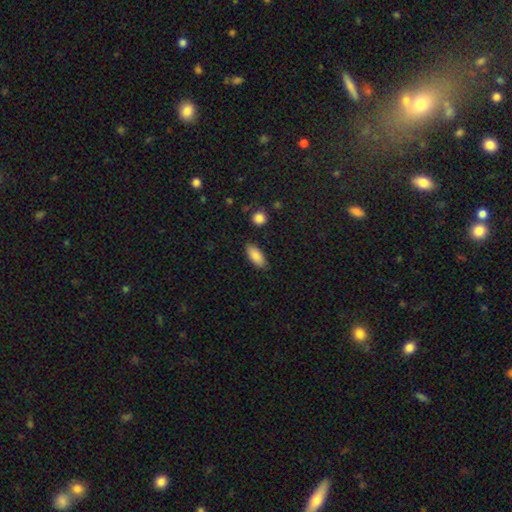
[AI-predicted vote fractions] smooth-or-featured: smooth: 87% | featured or disk: 7% | star or artifact: 7%
  how-rounded: in between: 88% | cigar-shaped: 10% | round: 2%
  merging: none: 83% | minor disturbance: 13% | major disturbance: 3% | merger: 2%